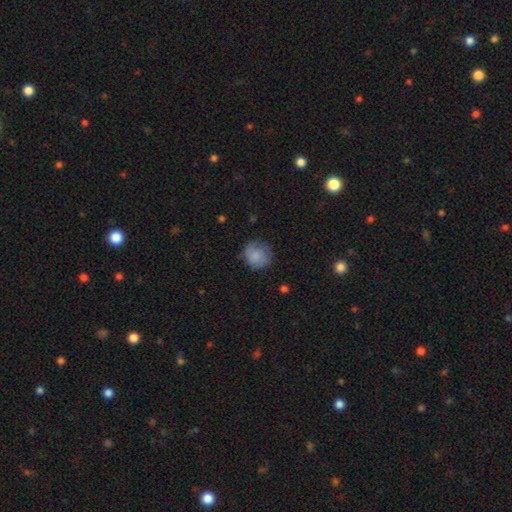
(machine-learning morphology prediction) Smooth or featured?
  - smooth: 79% *
  - featured or disk: 13%
  - star or artifact: 8%
How rounded?
  - round: 86% *
  - in between: 13%
  - cigar-shaped: 1%
Merging?
  - none: 72% *
  - minor disturbance: 20%
  - major disturbance: 6%
  - merger: 1%